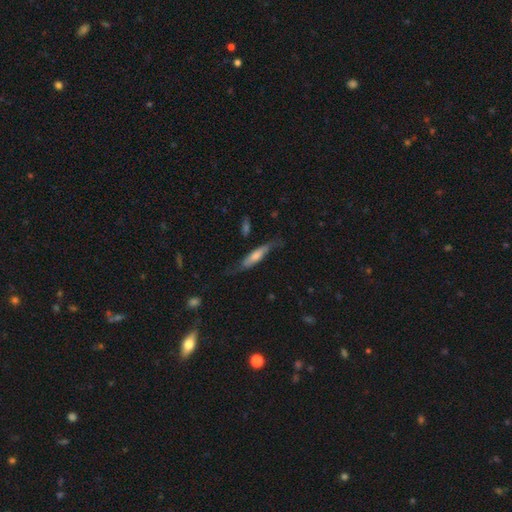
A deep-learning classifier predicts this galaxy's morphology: This is possibly a featured or disk galaxy (55%). It is likely viewed edge-on (68%). Merging: likely none (66%).